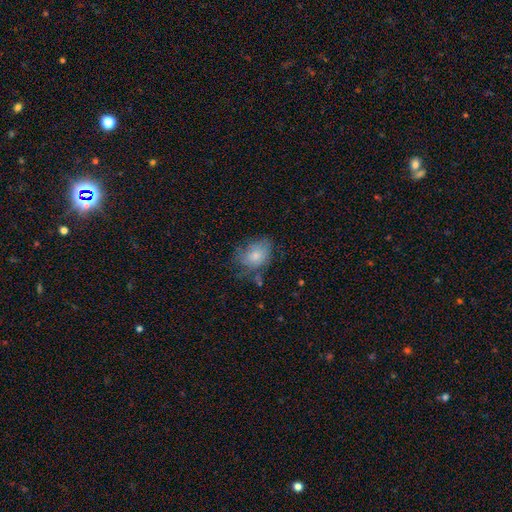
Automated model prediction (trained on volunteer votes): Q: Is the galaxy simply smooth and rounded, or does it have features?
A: smooth — 70%.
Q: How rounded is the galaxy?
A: in between — 62%.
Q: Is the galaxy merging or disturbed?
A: none — 50%.